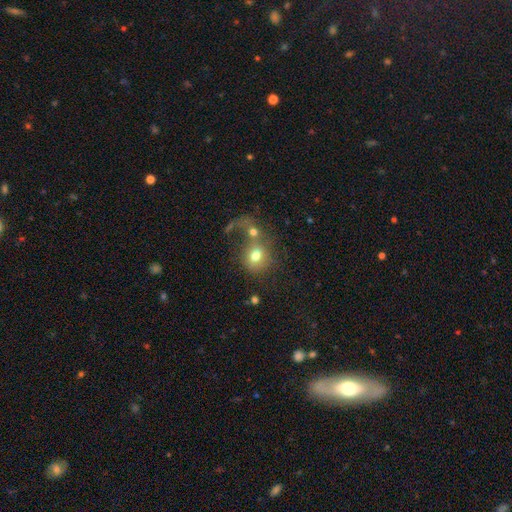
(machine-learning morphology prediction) Smooth or featured: smooth — 69% (featured or disk — 20%)
How rounded: round — 77% (in between — 22%)
Merging: merger — 47% (none — 25%)